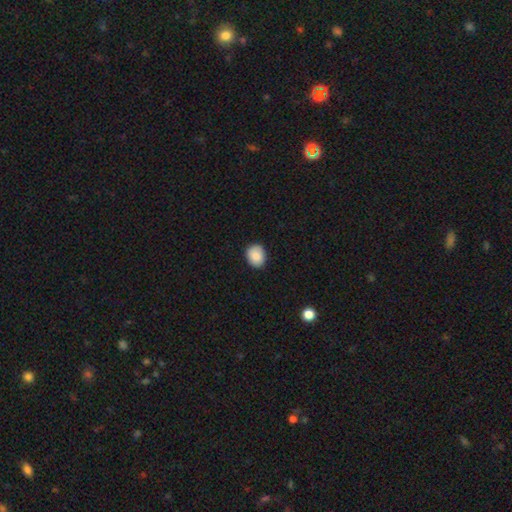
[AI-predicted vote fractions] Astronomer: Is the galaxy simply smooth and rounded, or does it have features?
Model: smooth — 88%.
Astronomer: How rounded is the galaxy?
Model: round — 59% (runner-up: in between, 40%).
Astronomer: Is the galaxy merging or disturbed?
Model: none — 87%.